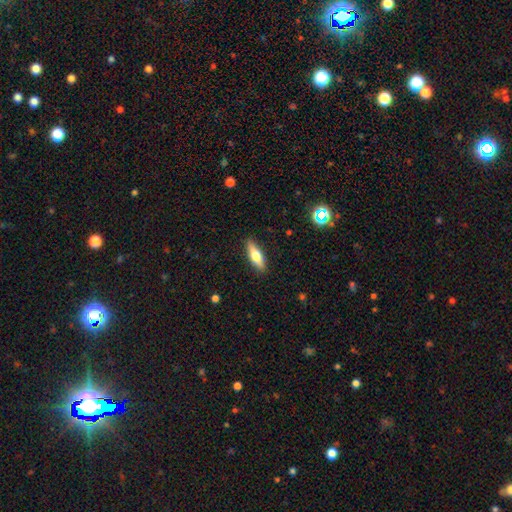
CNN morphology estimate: This appears to be a smooth galaxy with no disk features (59%) that is cigar-shaped (50%). Merging: none (89%).